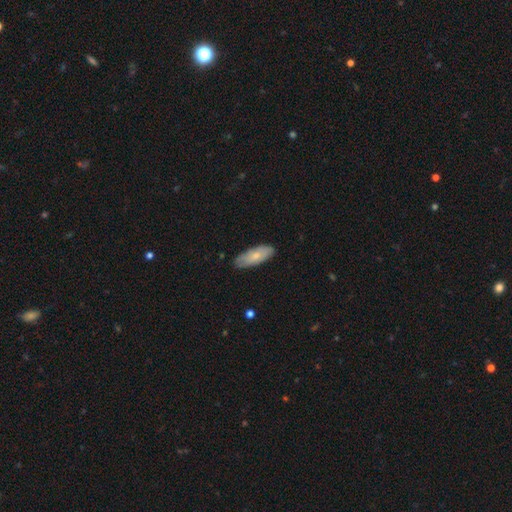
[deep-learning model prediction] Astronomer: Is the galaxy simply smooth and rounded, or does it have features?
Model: smooth — 67%.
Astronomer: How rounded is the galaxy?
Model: in between — 76%.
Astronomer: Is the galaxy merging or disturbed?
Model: none — 79%.